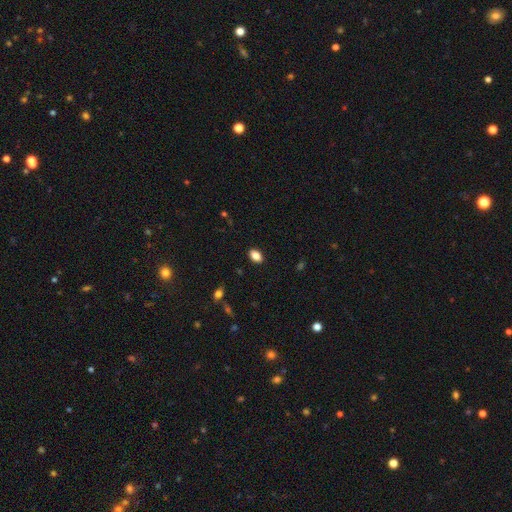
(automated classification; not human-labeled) Overall: smooth (86%). How rounded: in between (89%). Merging: none (89%).